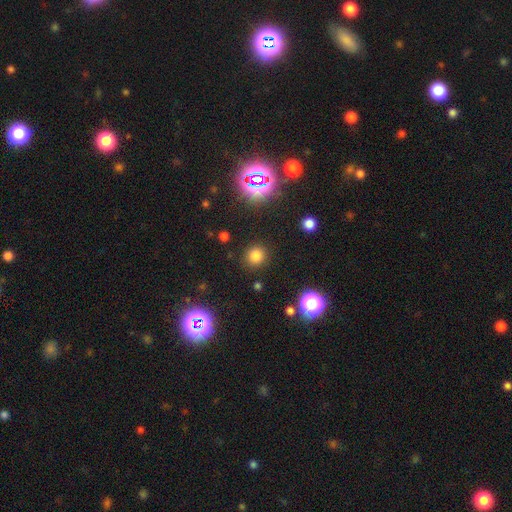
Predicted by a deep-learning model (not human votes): A smooth galaxy with no disk features (76%) that is round (91%). Merging: none (89%).